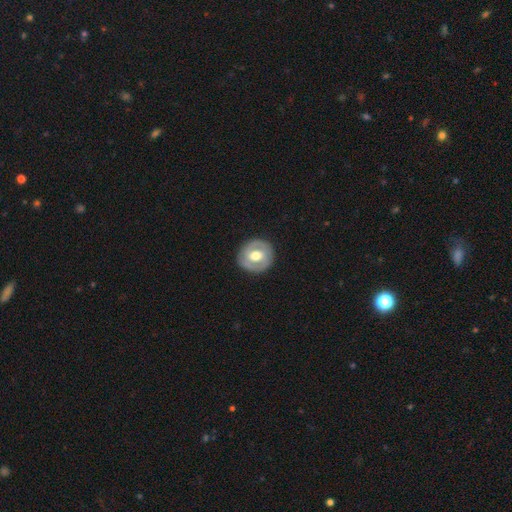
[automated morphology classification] type=featured or disk (63%); edge-on=no (96%); bar=no (42%); spiral arms=yes (51%); bulge=moderate (69%); merging=none (87%).